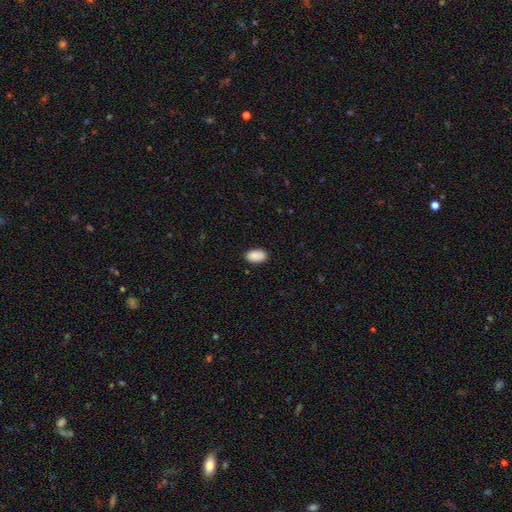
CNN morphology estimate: Smooth or featured? Predicted: smooth (p=0.89). How rounded? Predicted: in between (p=0.93). Merging? Predicted: none (p=0.87).